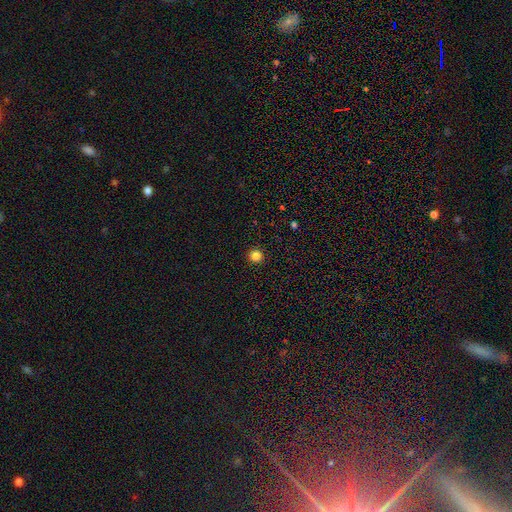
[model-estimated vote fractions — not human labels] Smooth or featured: smooth — 83% (star or artifact — 13%)
How rounded: round — 96% (in between — 3%)
Merging: none — 94% (minor disturbance — 4%)